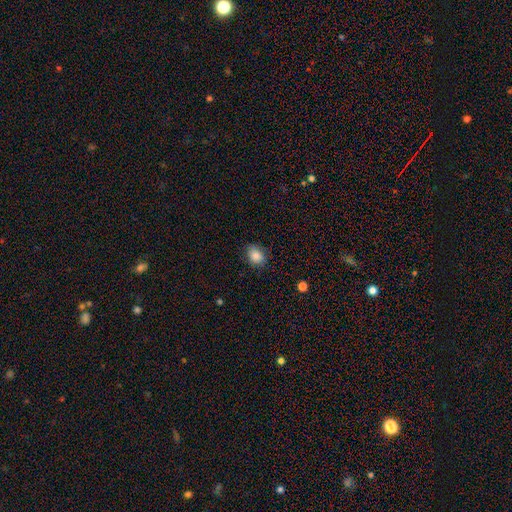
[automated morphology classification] This appears to be a smooth galaxy with no disk features (86%) that is in between round and cigar-shaped (57%). Merging: none (81%).